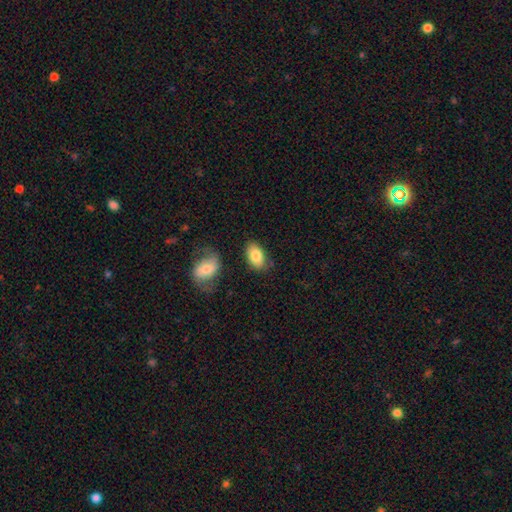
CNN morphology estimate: Smooth or featured? smooth (83%)
How rounded? in between (92%)
Merging? none (76%)